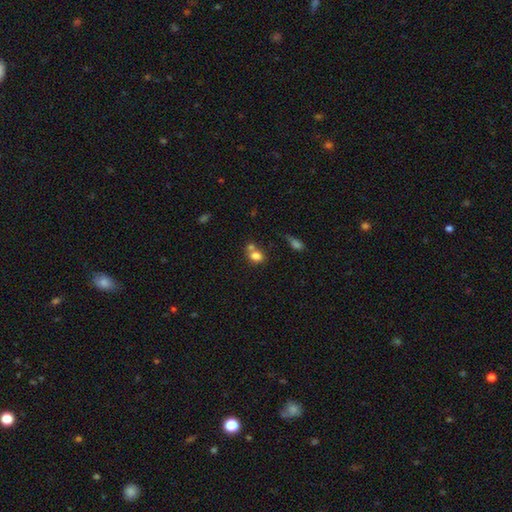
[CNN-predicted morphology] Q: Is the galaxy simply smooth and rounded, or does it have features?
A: smooth — 78%.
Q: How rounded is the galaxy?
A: round — 50%.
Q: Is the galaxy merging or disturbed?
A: merger — 43%.